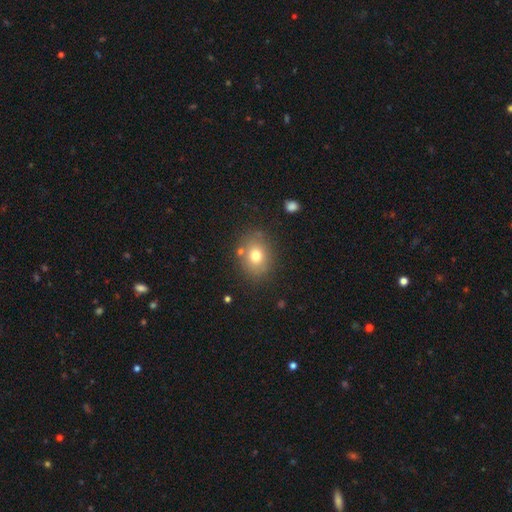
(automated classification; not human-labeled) Smooth or featured? smooth (74%)
How rounded? round (56%)
Merging? none (80%)